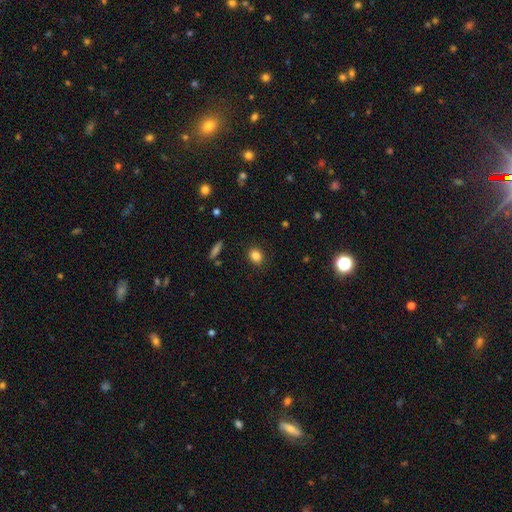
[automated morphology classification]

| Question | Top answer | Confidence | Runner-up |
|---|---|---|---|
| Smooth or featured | smooth | 84% | star or artifact (11%) |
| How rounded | round | 66% | in between (33%) |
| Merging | none | 90% | minor disturbance (7%) |